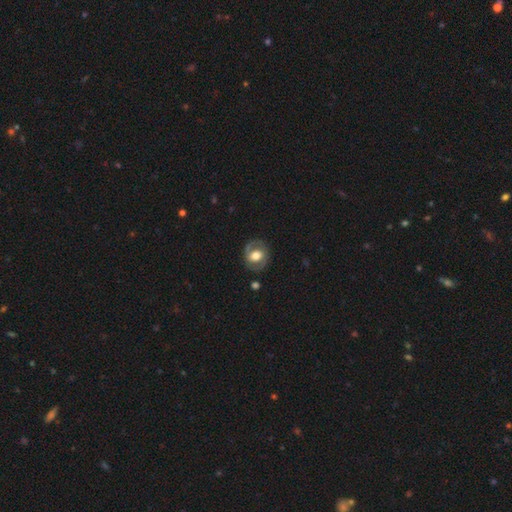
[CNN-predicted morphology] Overall: featured or disk (59%; smooth 35%). Edge-on disk: no (96%). Bar: no (47%; weak 36%). Spiral arms: yes (65%; no 35%). Bulge size: moderate (56%; large 34%). Merging: none (80%).